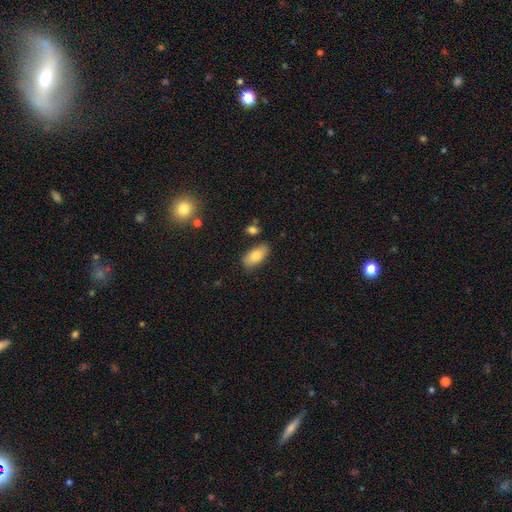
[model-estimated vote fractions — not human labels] smooth_or_featured: smooth (p=0.79) [alt: featured or disk p=0.14]
how_rounded: in between (p=0.90) [alt: cigar-shaped p=0.07]
merging: none (p=0.79) [alt: minor disturbance p=0.14]